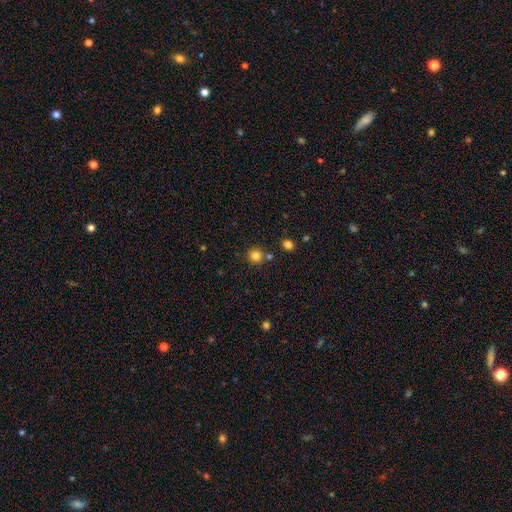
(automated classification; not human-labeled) smooth-or-featured: smooth: 81% | star or artifact: 13% | featured or disk: 5%
  how-rounded: round: 93% | in between: 6% | cigar-shaped: 1%
  merging: none: 80% | merger: 10% | minor disturbance: 8% | major disturbance: 2%